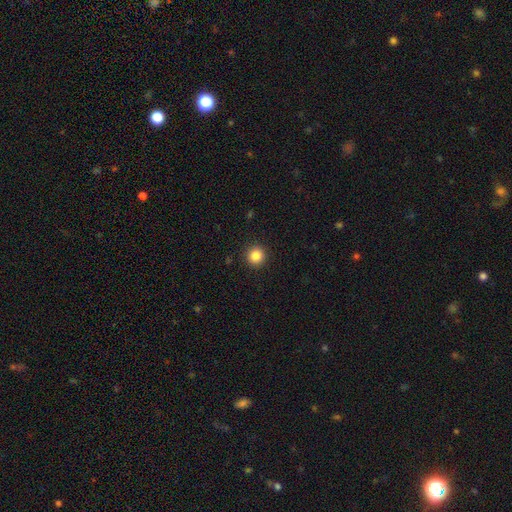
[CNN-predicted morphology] Q: Smooth or featured?
A: smooth (85%); runner-up: star or artifact (11%)
Q: How rounded?
A: round (95%); runner-up: in between (5%)
Q: Merging?
A: none (93%); runner-up: minor disturbance (5%)